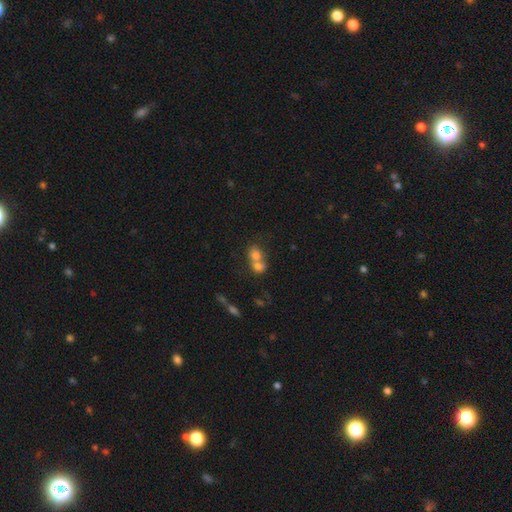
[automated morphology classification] Q: Smooth or featured?
A: smooth (73%); runner-up: featured or disk (15%)
Q: How rounded?
A: round (66%); runner-up: in between (33%)
Q: Merging?
A: merger (68%); runner-up: none (24%)